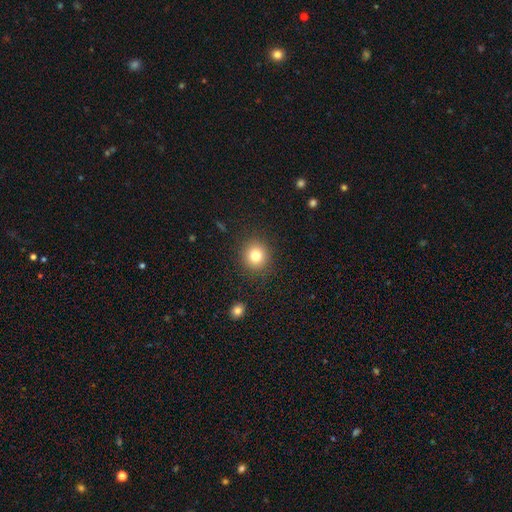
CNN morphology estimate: Overall: smooth (80%). How rounded: round (88%). Merging: none (89%).